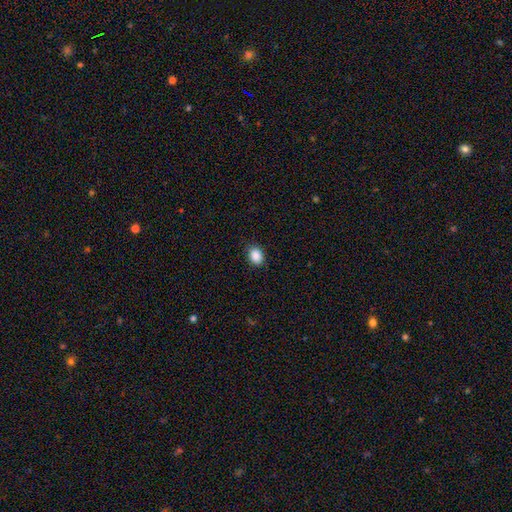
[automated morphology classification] Smooth or featured: smooth — 89% (star or artifact — 8%)
How rounded: in between — 63% (round — 36%)
Merging: none — 86% (minor disturbance — 11%)